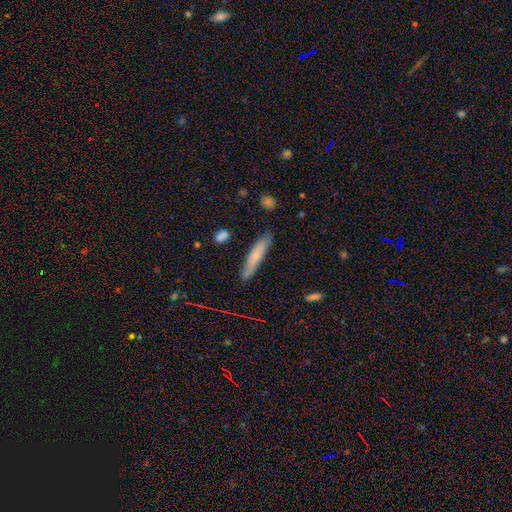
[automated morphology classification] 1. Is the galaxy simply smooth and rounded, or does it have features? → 64% smooth, 29% featured or disk, 7% star or artifact.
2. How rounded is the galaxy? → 87% cigar-shaped, 12% in between, 2% round.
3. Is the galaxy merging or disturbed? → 81% none, 14% minor disturbance, 2% major disturbance, 2% merger.